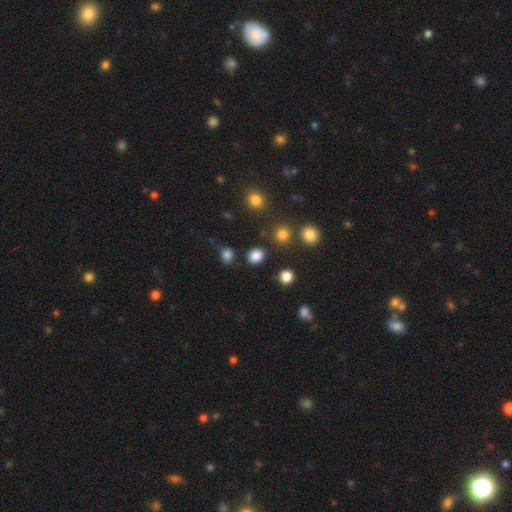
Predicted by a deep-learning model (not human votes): smooth 83%, star or artifact 13%, featured or disk 4%. Down the decision tree: how rounded — round (79%); merging — none (86%).